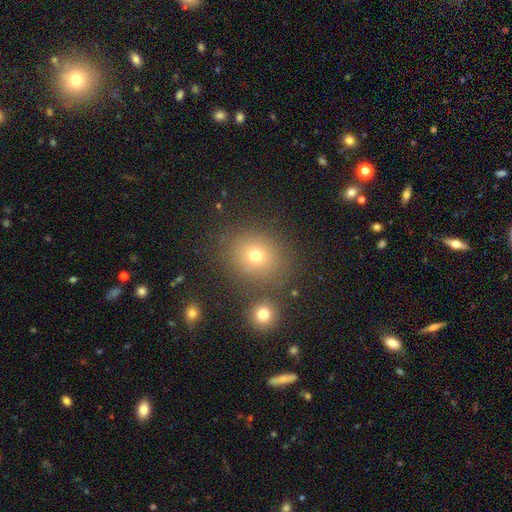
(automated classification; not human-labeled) Smooth or featured: smooth — 71% (star or artifact — 18%)
How rounded: round — 72% (in between — 27%)
Merging: none — 75% (merger — 10%)